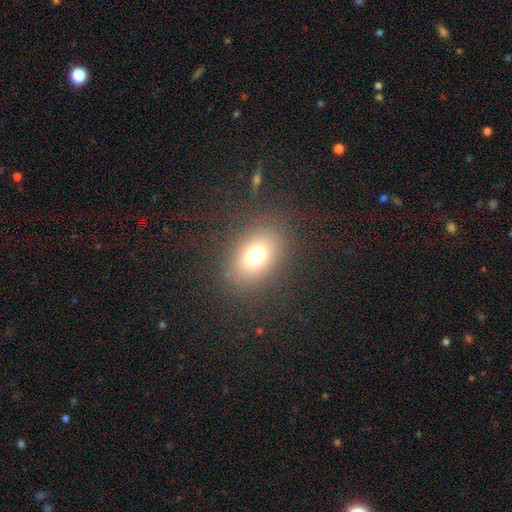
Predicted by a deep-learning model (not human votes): smooth-or-featured: smooth: 72% | star or artifact: 16% | featured or disk: 13%
  how-rounded: in between: 67% | round: 32% | cigar-shaped: 1%
  merging: none: 82% | minor disturbance: 10% | major disturbance: 7% | merger: 1%